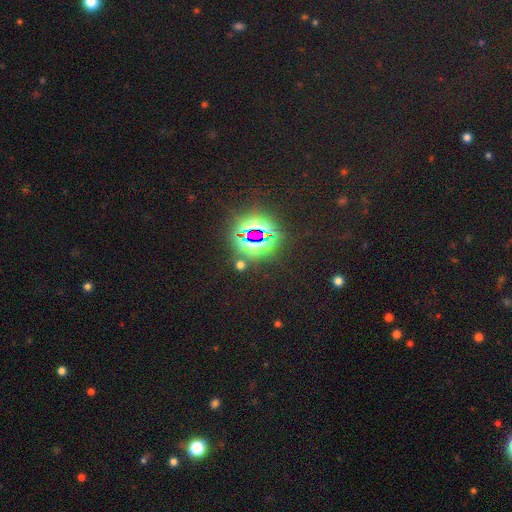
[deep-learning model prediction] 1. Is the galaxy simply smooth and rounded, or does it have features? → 81% star or artifact, 12% smooth, 7% featured or disk.